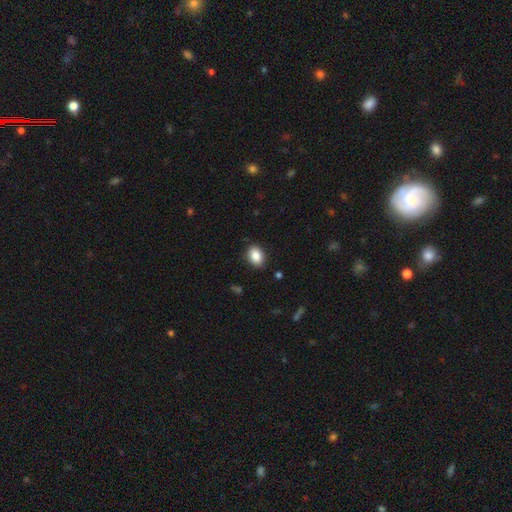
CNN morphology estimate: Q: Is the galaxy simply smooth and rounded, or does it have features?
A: smooth — 87%.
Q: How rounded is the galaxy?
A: in between — 72%.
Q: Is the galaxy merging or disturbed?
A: none — 87%.